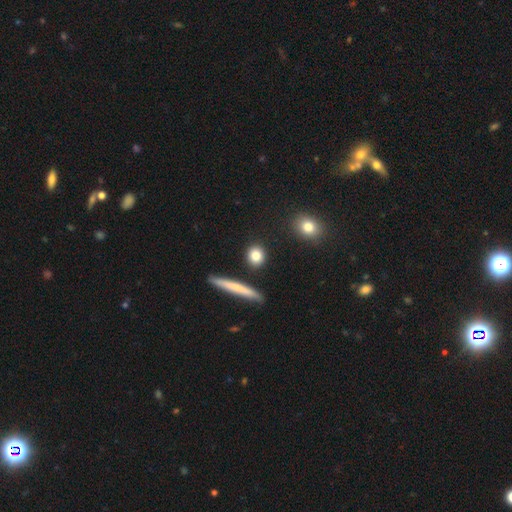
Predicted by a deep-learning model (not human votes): Overall: smooth (83%). How rounded: round (68%). Merging: none (88%).